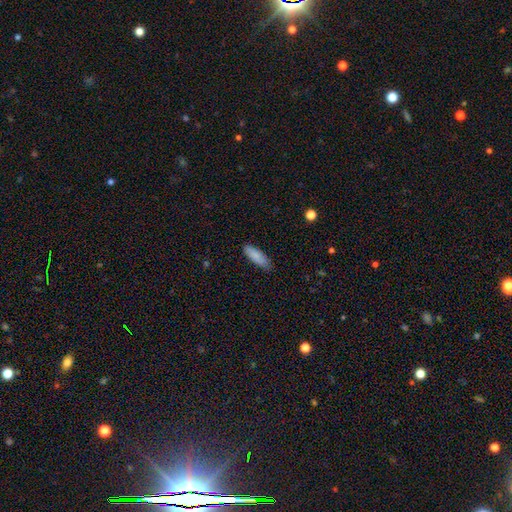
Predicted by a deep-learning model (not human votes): A smooth galaxy with no disk features (87%) that is in between round and cigar-shaped (58%).

Vote fractions:
- Smooth or featured? smooth: 87% / featured or disk: 7% / star or artifact: 6%
- How rounded? in between: 58% / cigar-shaped: 40% / round: 1%
- Merging? none: 81% / minor disturbance: 15% / major disturbance: 2% / merger: 1%